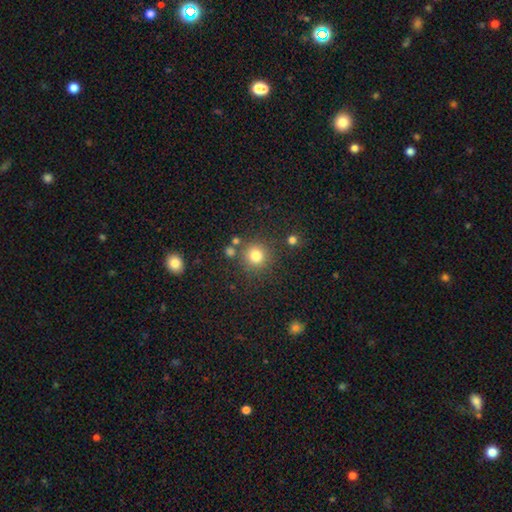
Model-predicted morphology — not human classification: type=smooth (80%); roundness=round (93%); merging=none (81%).